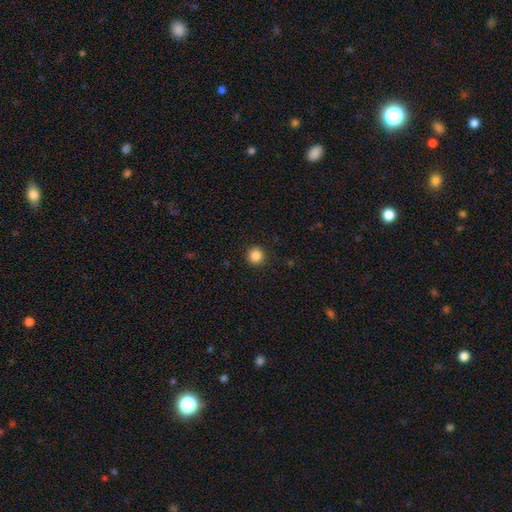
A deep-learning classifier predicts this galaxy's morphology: Smooth or featured? smooth (86%)
How rounded? round (95%)
Merging? none (92%)